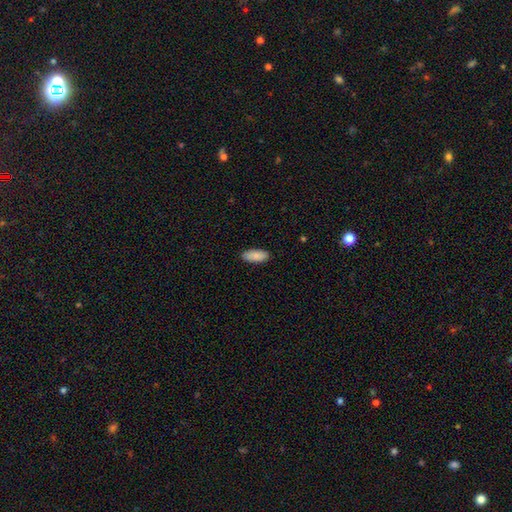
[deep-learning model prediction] Smooth or featured? smooth (89%)
How rounded? in between (87%)
Merging? none (89%)